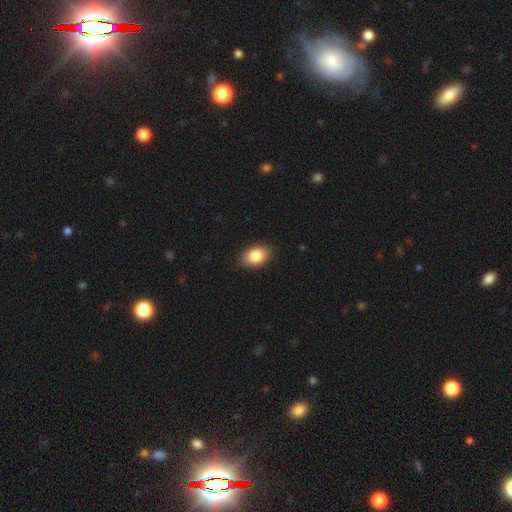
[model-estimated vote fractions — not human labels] smooth 85%, star or artifact 8%, featured or disk 7%. Down the decision tree: how rounded — in between (85%); merging — none (88%).